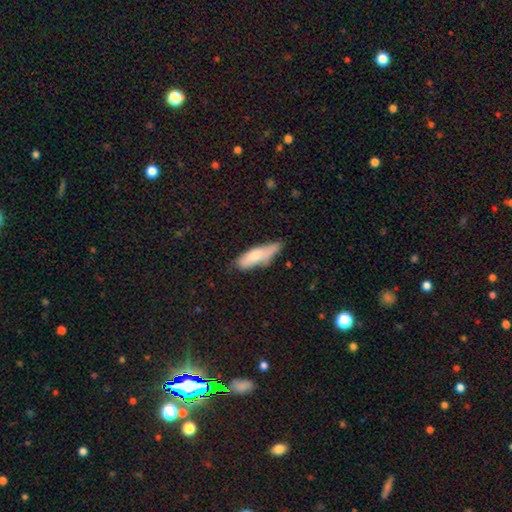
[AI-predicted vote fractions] The model was most divided on "how rounded": cigar-shaped: 51%, in between: 48%, round: 2%. Remaining: smooth or featured — smooth (76%); merging — none (48%).